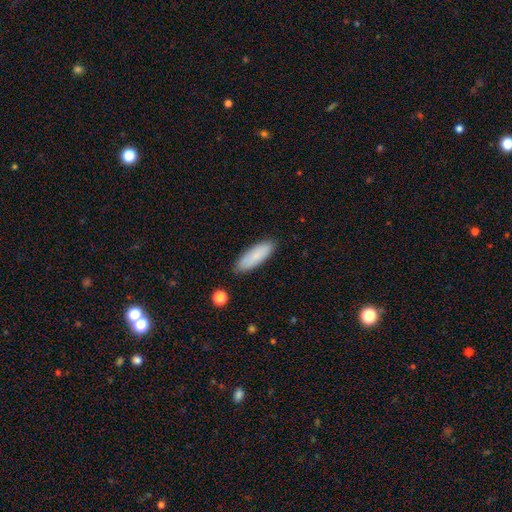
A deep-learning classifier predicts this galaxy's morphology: Smooth or featured: smooth — 83% (featured or disk — 10%)
How rounded: in between — 56% (cigar-shaped — 42%)
Merging: none — 86% (minor disturbance — 10%)